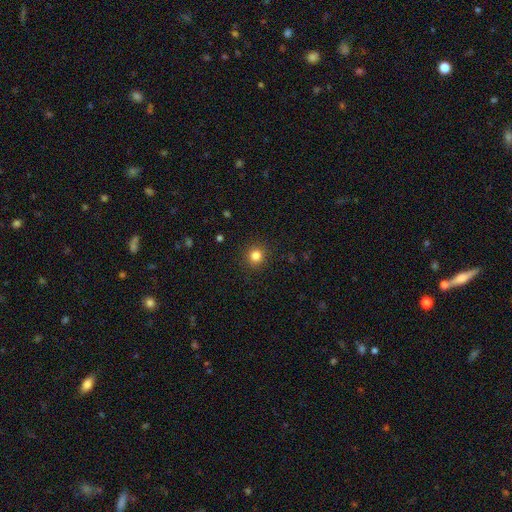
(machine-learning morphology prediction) This appears to be a smooth galaxy with no disk features (82%) that is round (92%). Merging: none (91%).